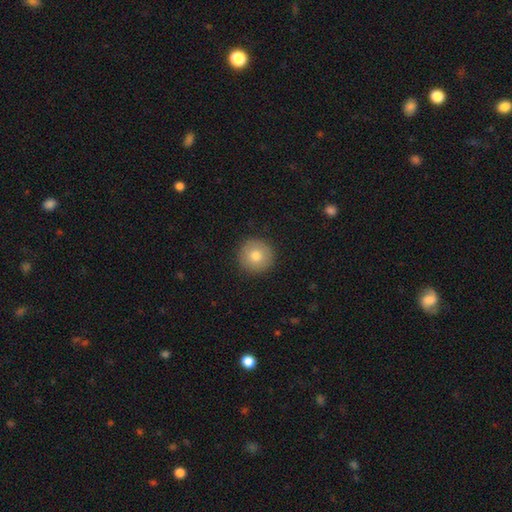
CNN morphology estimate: A smooth galaxy with no disk features (78%) that is round (96%). Merging: none (91%).